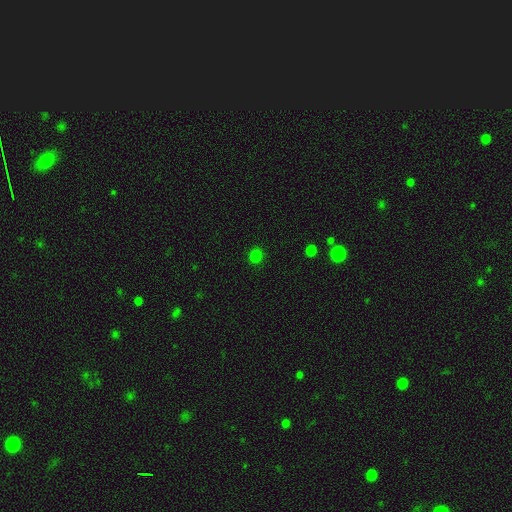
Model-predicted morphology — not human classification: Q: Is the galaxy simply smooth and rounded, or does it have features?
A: smooth — 80%.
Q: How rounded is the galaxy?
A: round — 77%.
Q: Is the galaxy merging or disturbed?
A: none — 90%.